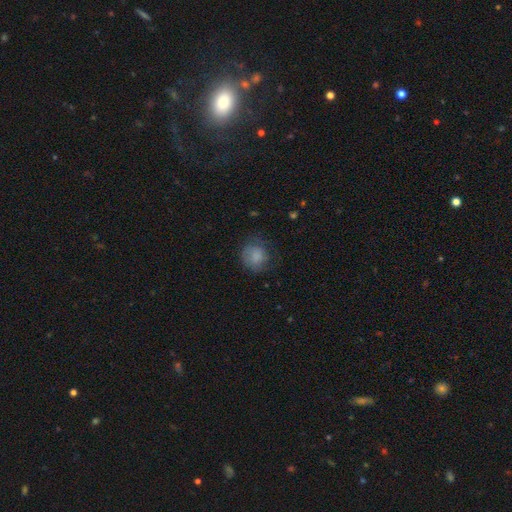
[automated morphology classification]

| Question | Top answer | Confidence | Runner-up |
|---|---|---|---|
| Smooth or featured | smooth | 77% | featured or disk (15%) |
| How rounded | round | 79% | in between (20%) |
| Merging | none | 61% | minor disturbance (24%) |